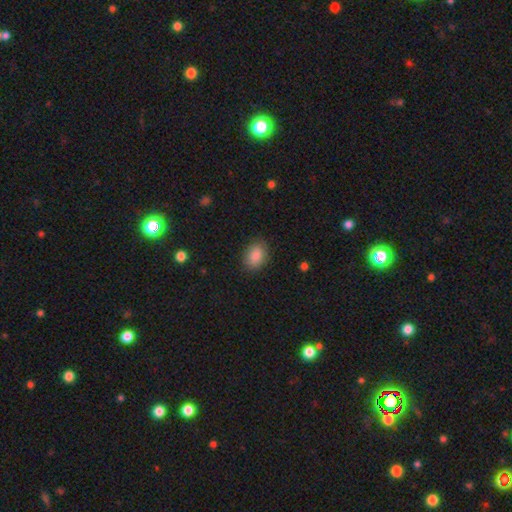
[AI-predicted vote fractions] A smooth galaxy with no disk features (88%) that is in between round and cigar-shaped (80%). Merging: none (83%).